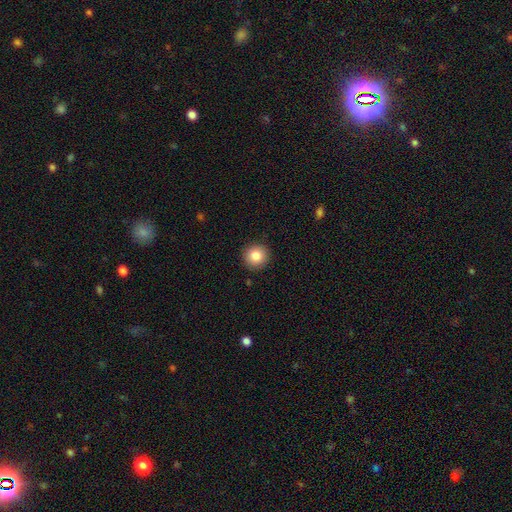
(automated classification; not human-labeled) Smooth or featured?
  - smooth: 85% *
  - star or artifact: 9%
  - featured or disk: 6%
How rounded?
  - round: 93% *
  - in between: 6%
  - cigar-shaped: 1%
Merging?
  - none: 91% *
  - minor disturbance: 6%
  - major disturbance: 2%
  - merger: 1%